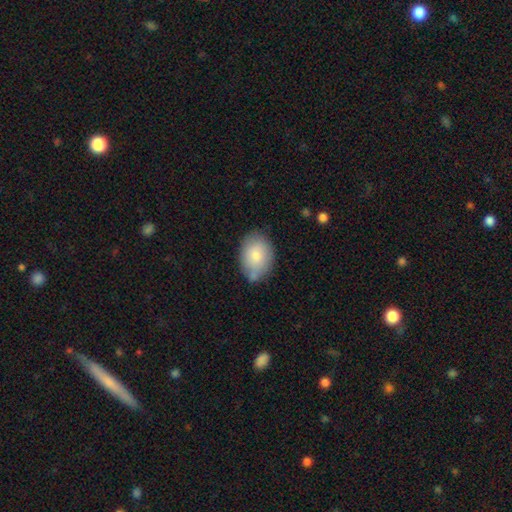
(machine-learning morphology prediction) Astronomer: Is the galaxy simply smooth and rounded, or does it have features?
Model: smooth — 78%.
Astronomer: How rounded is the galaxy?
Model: in between — 75%.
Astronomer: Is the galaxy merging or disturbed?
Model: none — 66%.